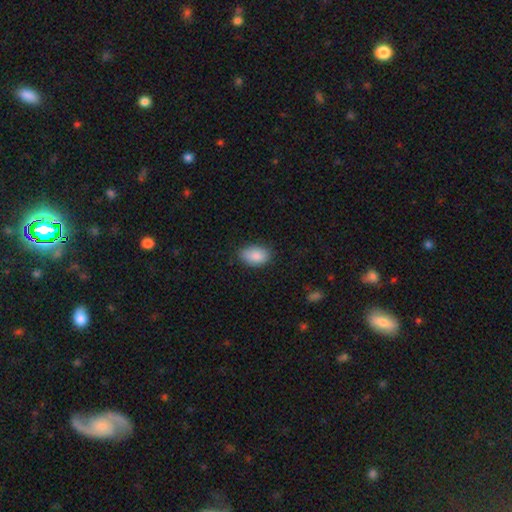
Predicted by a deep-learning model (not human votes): This appears to be a smooth galaxy with no disk features (86%) that is in between round and cigar-shaped (87%). Merging: none (78%).